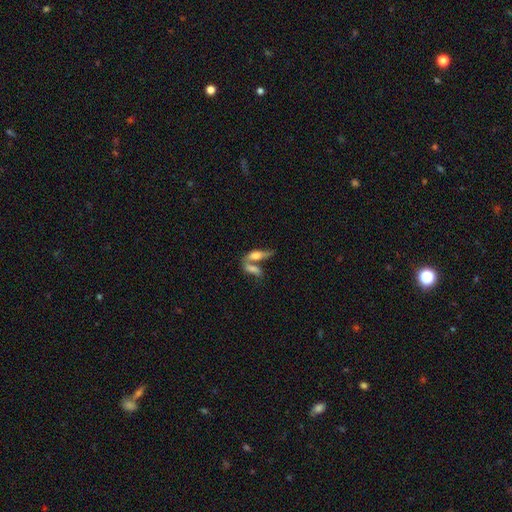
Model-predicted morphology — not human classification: This appears to be a smooth galaxy with no disk features (57%) that is in between round and cigar-shaped (56%). Merging: merger (60%).